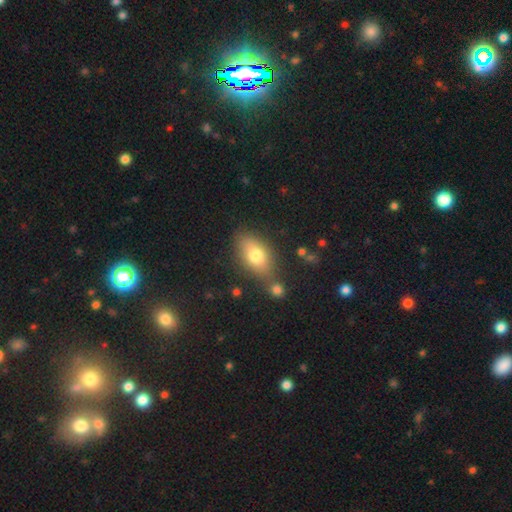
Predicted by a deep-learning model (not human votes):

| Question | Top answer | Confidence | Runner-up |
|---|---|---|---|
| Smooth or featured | smooth | 75% | featured or disk (15%) |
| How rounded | in between | 85% | round (12%) |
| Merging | none | 63% | merger (17%) |